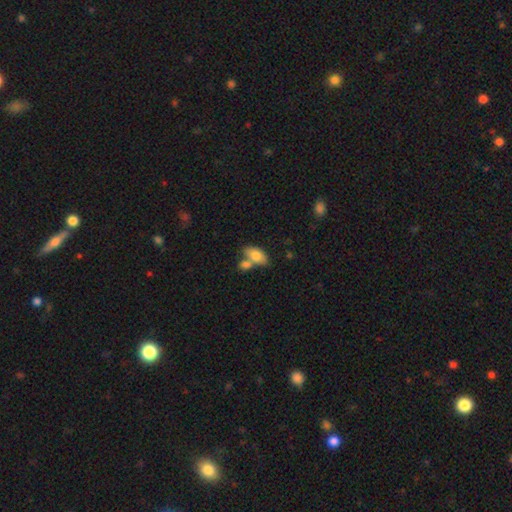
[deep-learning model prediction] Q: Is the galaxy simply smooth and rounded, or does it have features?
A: smooth — 77%.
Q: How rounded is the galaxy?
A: in between — 90%.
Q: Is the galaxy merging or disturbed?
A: none — 42%, tied with merger.